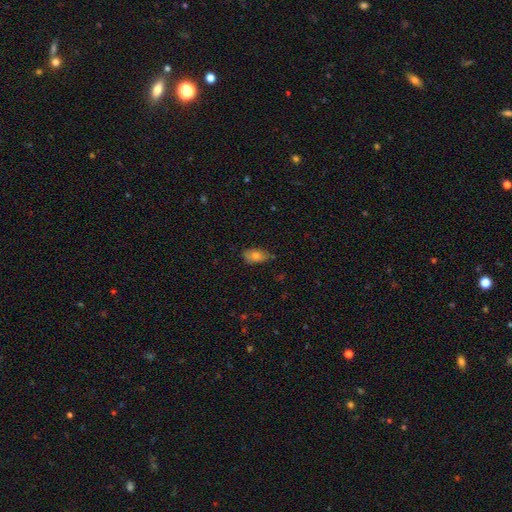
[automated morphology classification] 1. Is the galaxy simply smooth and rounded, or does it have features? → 75% smooth, 16% featured or disk, 9% star or artifact.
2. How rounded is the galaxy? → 89% in between, 7% round, 4% cigar-shaped.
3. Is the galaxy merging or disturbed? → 67% none, 27% minor disturbance, 4% major disturbance, 2% merger.